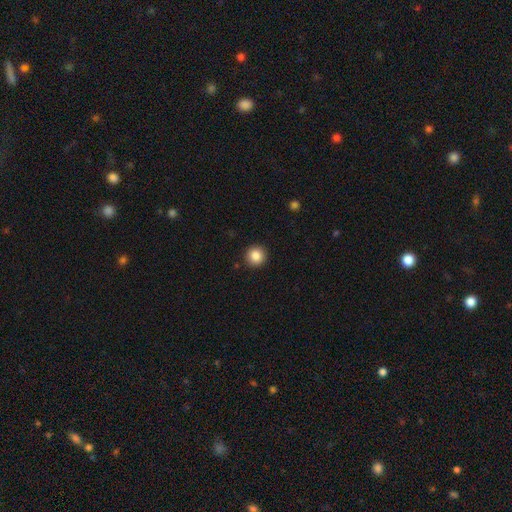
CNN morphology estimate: A smooth galaxy with no disk features (86%) that is round (95%).

Vote fractions:
- Smooth or featured? smooth: 86% / star or artifact: 9% / featured or disk: 5%
- How rounded? round: 95% / in between: 4% / cigar-shaped: 1%
- Merging? none: 92% / minor disturbance: 5% / major disturbance: 2% / merger: 1%